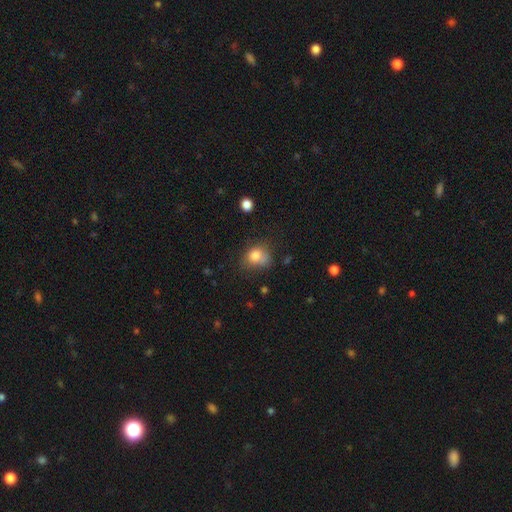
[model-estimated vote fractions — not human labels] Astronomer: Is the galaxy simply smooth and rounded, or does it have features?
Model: smooth — 80%.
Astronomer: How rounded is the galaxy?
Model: round — 58% (runner-up: in between, 41%).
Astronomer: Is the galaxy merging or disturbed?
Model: none — 50% (runner-up: minor disturbance, 30%).